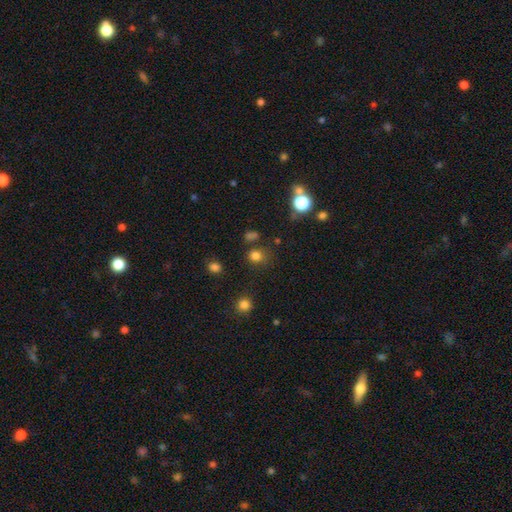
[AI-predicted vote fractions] Overall: smooth (77%). How rounded: round (75%). Merging: none (75%).